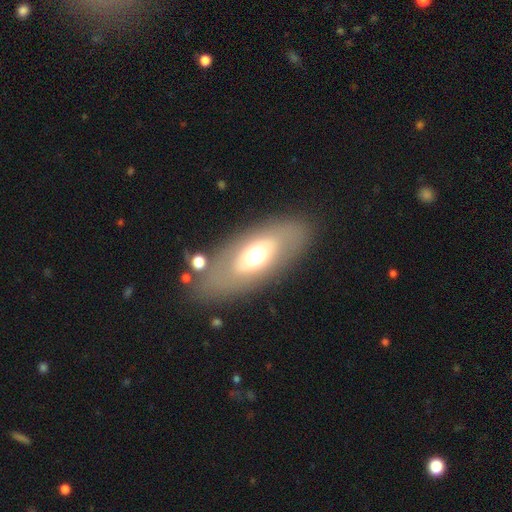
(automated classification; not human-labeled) Q: Smooth or featured?
A: smooth (51%); runner-up: featured or disk (40%)
Q: How rounded?
A: in between (84%); runner-up: cigar-shaped (10%)
Q: Merging?
A: none (80%); runner-up: minor disturbance (11%)